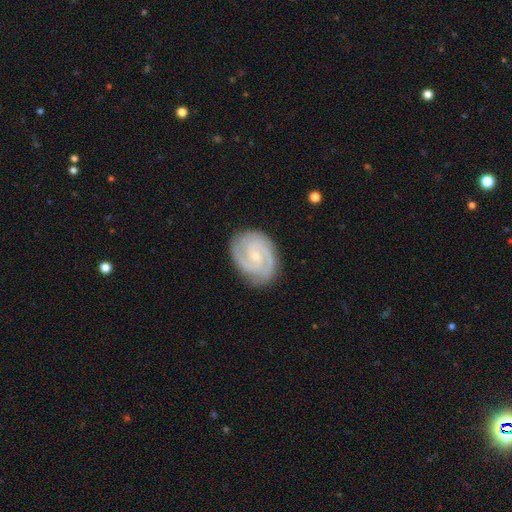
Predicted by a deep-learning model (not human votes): smooth-or-featured: featured or disk: 86% | smooth: 9% | star or artifact: 5%
  disk-edge-on: no: 98% | yes: 2%
    bar: no: 58% | weak: 35% | strong: 7%
    has-spiral-arms: yes: 97% | no: 3%
      spiral-winding: tight: 59% | medium: 35% | loose: 6%
      spiral-arm-count: 2: 63% | 3: 18% | can't tell: 10% | 4: 3% | 1: 3% | more than 4: 3%
    bulge-size: small: 75% | moderate: 21% | none: 2% | large: 1% | dominant: 1%
  merging: none: 83% | minor disturbance: 13% | major disturbance: 3% | merger: 1%